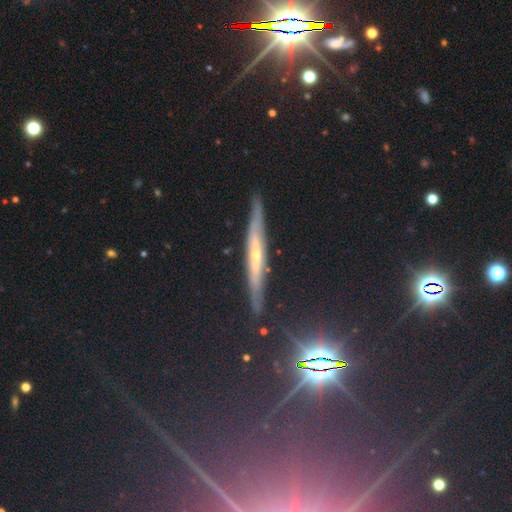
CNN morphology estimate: This is possibly a featured or disk galaxy (60%). It is clearly viewed edge-on (94%). Edge-on bulge: possibly rounded (51%). Merging: clearly none (86%).